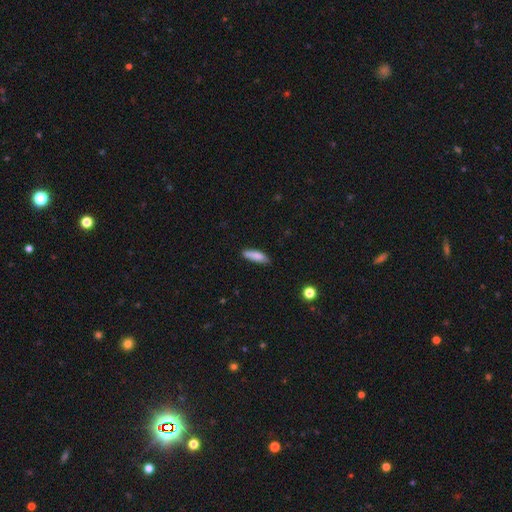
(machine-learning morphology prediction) Q: Smooth or featured?
A: smooth (84%); runner-up: featured or disk (10%)
Q: How rounded?
A: cigar-shaped (59%); runner-up: in between (39%)
Q: Merging?
A: none (78%); runner-up: minor disturbance (17%)